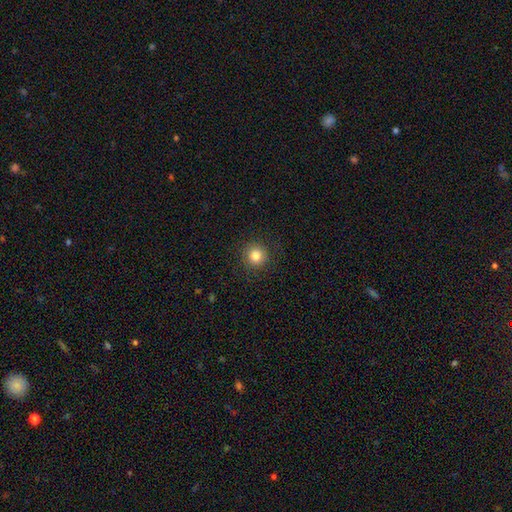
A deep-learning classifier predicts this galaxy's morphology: This appears to be a smooth galaxy with no disk features (83%) that is round (94%). Merging: none (90%).